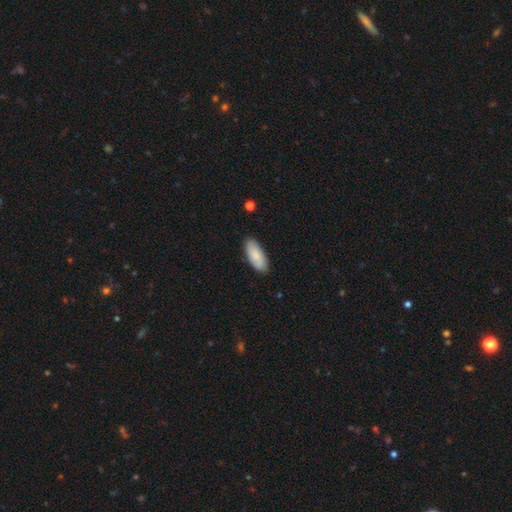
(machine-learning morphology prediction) Smooth or featured? smooth (83%)
How rounded? in between (83%)
Merging? none (86%)